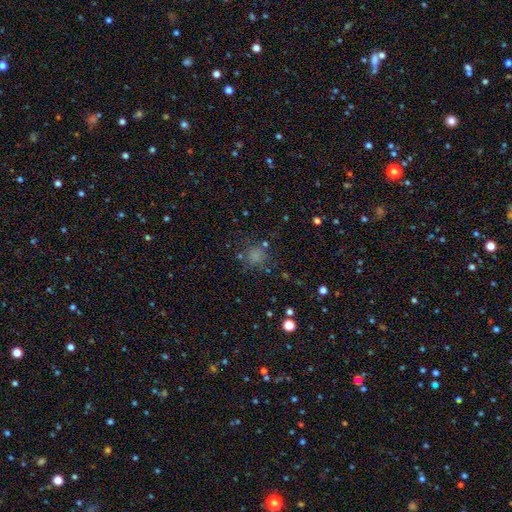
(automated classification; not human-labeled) Smooth or featured?
  - smooth: 72% *
  - star or artifact: 20%
  - featured or disk: 9%
How rounded?
  - round: 83% *
  - in between: 16%
  - cigar-shaped: 1%
Merging?
  - none: 70% *
  - minor disturbance: 15%
  - major disturbance: 9%
  - merger: 6%